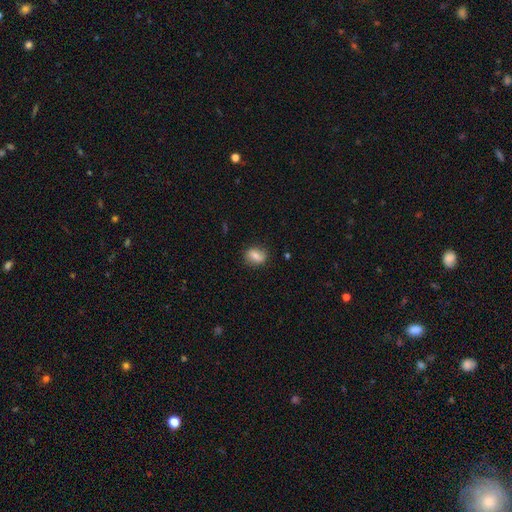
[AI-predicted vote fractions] smooth 72%, featured or disk 20%, star or artifact 9%. Down the decision tree: how rounded — in between (59%); merging — none (82%).